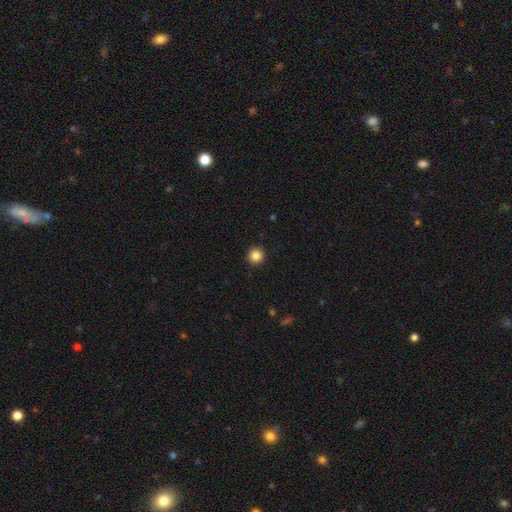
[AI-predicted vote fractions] Overall: smooth (85%). How rounded: round (95%). Merging: none (93%).